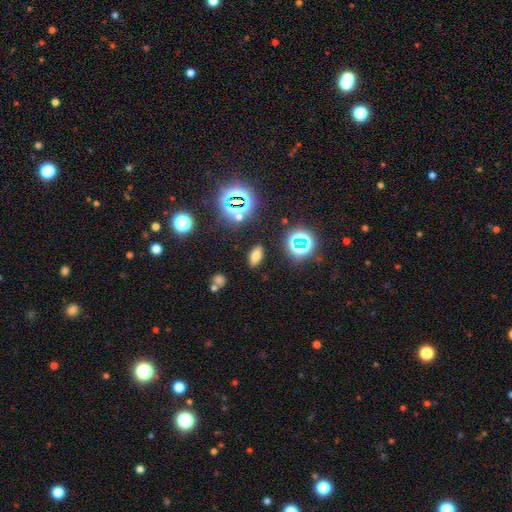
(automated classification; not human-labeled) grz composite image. It shows a smooth galaxy with no disk features (65%) that is in between round and cigar-shaped (81%). Merging: none (88%).